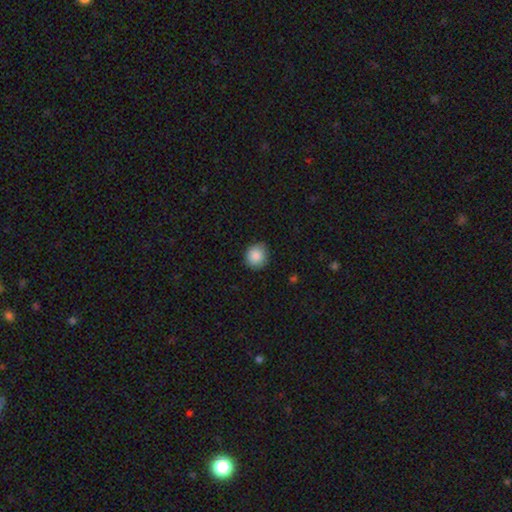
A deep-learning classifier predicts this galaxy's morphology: smooth 88%, star or artifact 8%, featured or disk 4%. Down the decision tree: how rounded — round (87%); merging — none (84%).